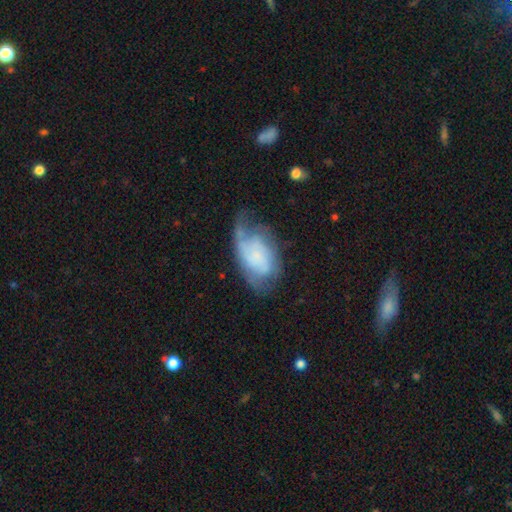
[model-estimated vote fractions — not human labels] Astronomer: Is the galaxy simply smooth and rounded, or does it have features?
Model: featured or disk — 62%.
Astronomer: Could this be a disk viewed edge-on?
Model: no — 96%.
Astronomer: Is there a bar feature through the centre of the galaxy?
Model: no — 73%.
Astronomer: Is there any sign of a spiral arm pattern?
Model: yes — 79%.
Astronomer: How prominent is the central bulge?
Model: none — 42% (runner-up: small, 36%).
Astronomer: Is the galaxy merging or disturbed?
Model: none — 37% (runner-up: minor disturbance, 30%).